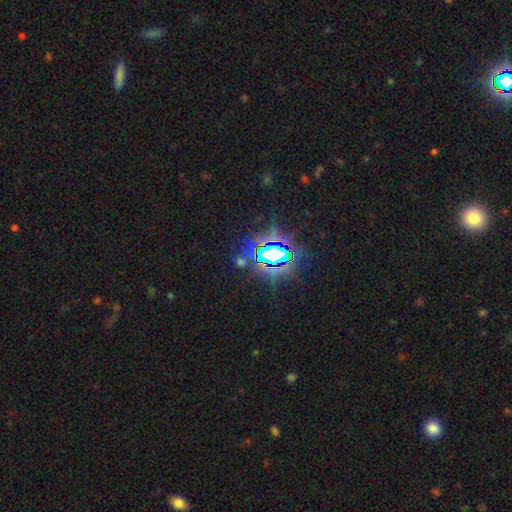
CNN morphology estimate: A star or artifact, not a galaxy (81%).

Vote fractions:
- Smooth or featured? star or artifact: 81% / smooth: 12% / featured or disk: 7%